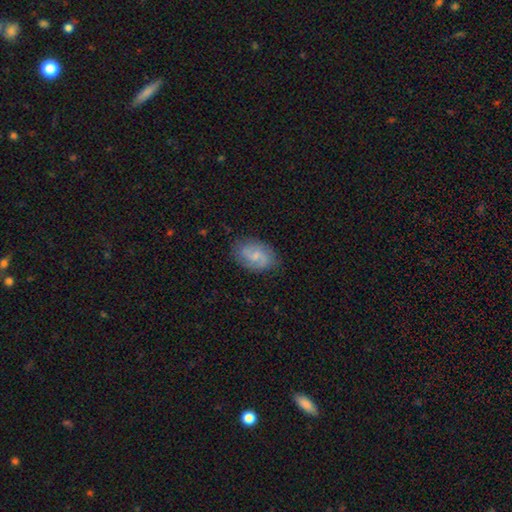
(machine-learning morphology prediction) A featured or disk galaxy (58%) with no bar (47%), spiral arms (89%) and a small central bulge (58%). Merging: none (80%).